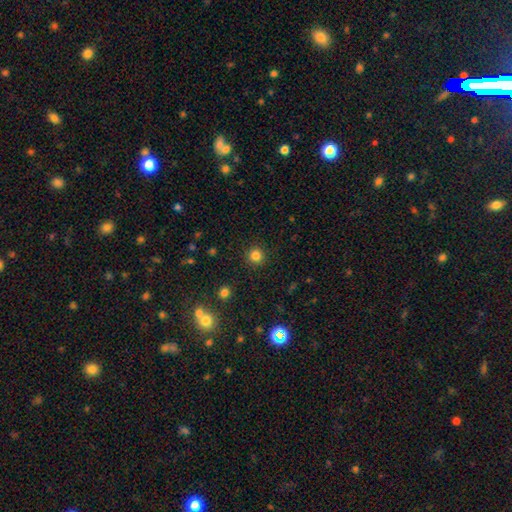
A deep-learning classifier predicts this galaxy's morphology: Smooth or featured?
  - smooth: 82% *
  - star or artifact: 13%
  - featured or disk: 5%
How rounded?
  - round: 93% *
  - in between: 6%
  - cigar-shaped: 1%
Merging?
  - none: 92% *
  - minor disturbance: 5%
  - major disturbance: 2%
  - merger: 1%